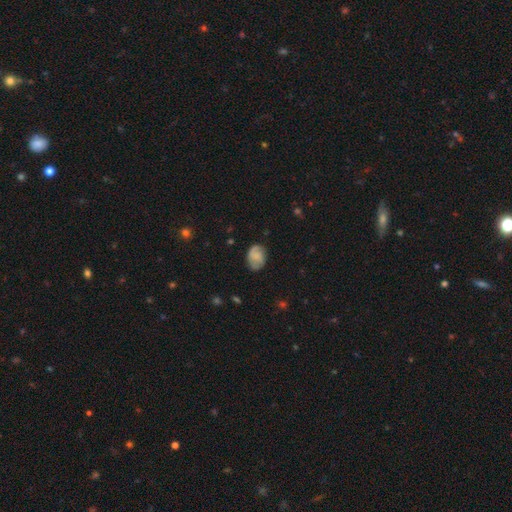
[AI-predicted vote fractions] A smooth galaxy with no disk features (58%) that is in between round and cigar-shaped (71%). Merging: none (71%).